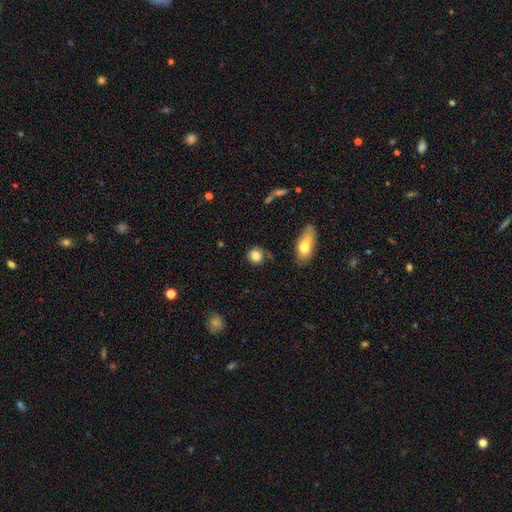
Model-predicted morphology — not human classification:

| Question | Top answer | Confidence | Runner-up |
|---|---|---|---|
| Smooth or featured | smooth | 83% | star or artifact (10%) |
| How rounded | round | 81% | in between (17%) |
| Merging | none | 72% | minor disturbance (18%) |